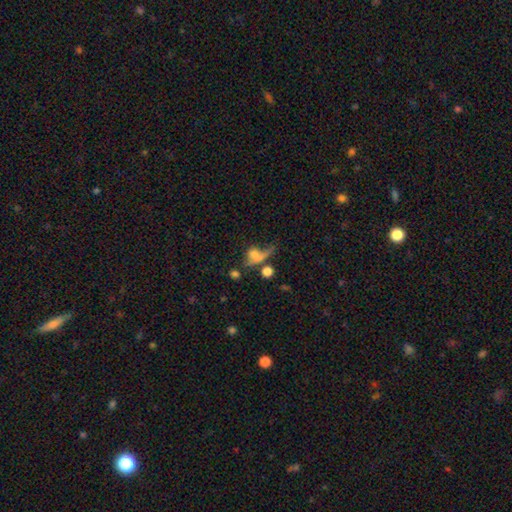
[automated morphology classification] Smooth or featured? smooth (60%)
How rounded? round (49%)
Merging? none (31%)